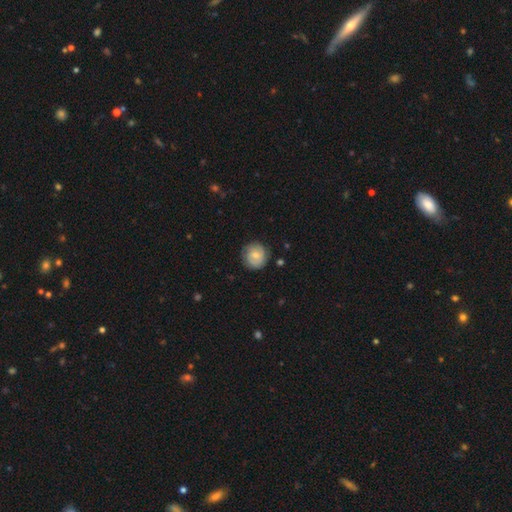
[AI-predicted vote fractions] smooth 59%, featured or disk 34%, star or artifact 7%. Down the decision tree: how rounded — round (89%); merging — none (80%).